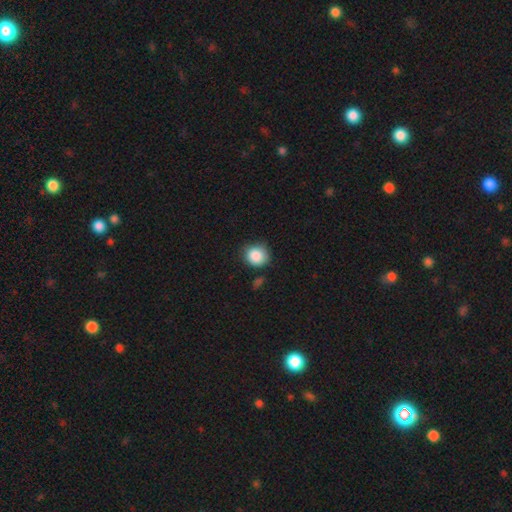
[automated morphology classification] Q: Smooth or featured?
A: smooth (87%); runner-up: star or artifact (9%)
Q: How rounded?
A: round (83%); runner-up: in between (16%)
Q: Merging?
A: none (75%); runner-up: minor disturbance (17%)